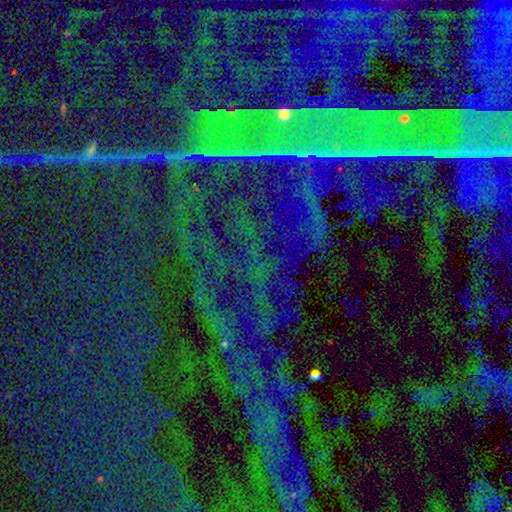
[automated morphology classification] smooth_or_featured: star or artifact (p=0.87) [alt: featured or disk p=0.07]